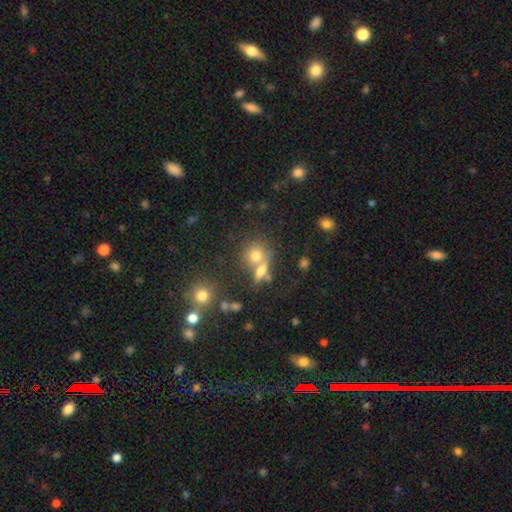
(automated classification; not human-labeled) Smooth or featured? Predicted: smooth (p=0.70). How rounded? Predicted: round (p=0.75). Merging? Predicted: none (p=0.46).